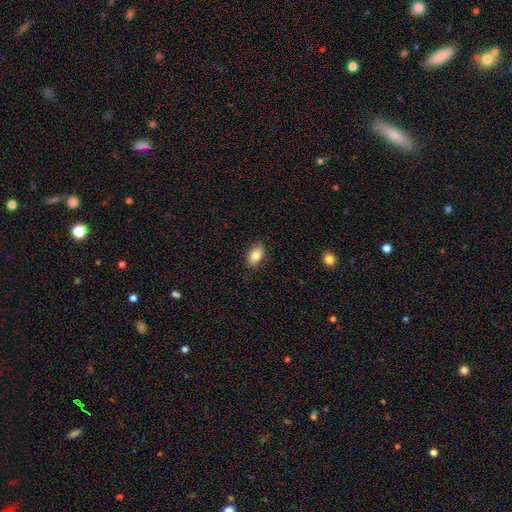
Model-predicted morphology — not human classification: This is clearly a smooth galaxy (81%). How rounded: clearly in between (90%). Merging: clearly none (87%).